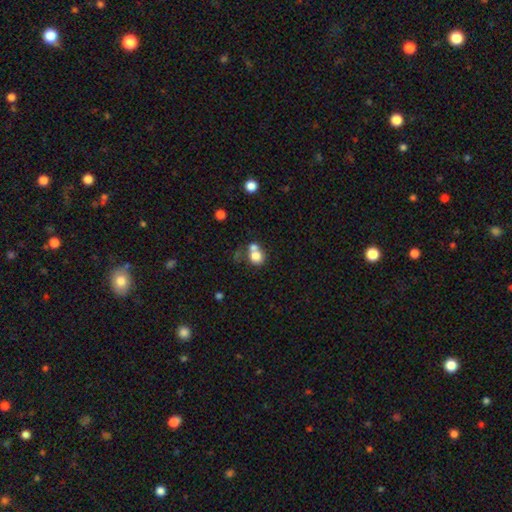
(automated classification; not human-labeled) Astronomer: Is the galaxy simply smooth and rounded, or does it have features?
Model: smooth — 76%.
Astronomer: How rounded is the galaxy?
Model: round — 75%.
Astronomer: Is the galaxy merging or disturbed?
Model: merger — 50% (runner-up: none, 35%).